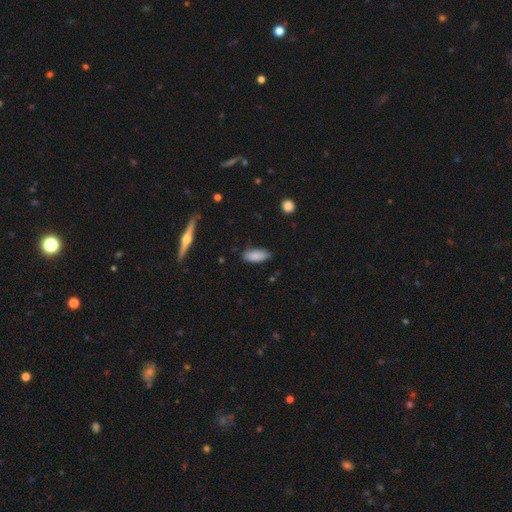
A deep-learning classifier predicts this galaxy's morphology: Smooth or featured? Predicted: smooth (p=0.85). How rounded? Predicted: in between (p=0.80). Merging? Predicted: none (p=0.82).